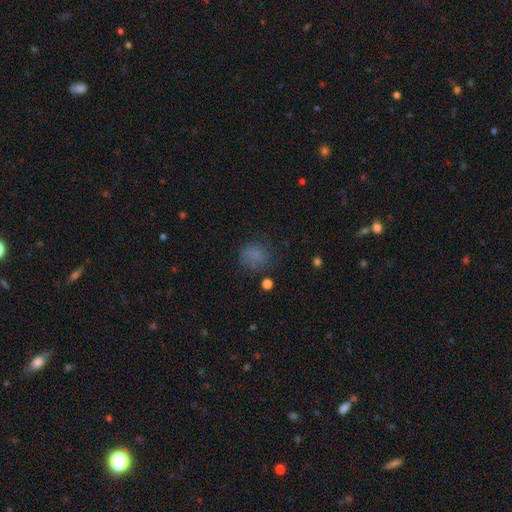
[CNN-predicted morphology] A smooth galaxy with no disk features (72%) that is round (70%).

Vote fractions:
- Smooth or featured? smooth: 72% / star or artifact: 17% / featured or disk: 11%
- How rounded? round: 70% / in between: 28% / cigar-shaped: 1%
- Merging? none: 64% / minor disturbance: 21% / major disturbance: 12% / merger: 3%